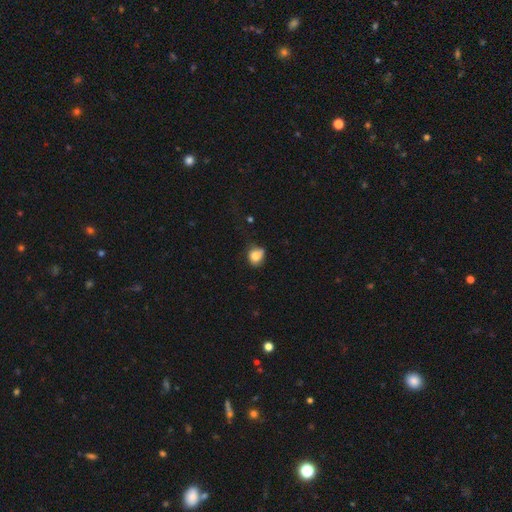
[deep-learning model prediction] This is clearly a smooth galaxy (81%). How rounded: possibly round (60%). Merging: possibly none (52%).